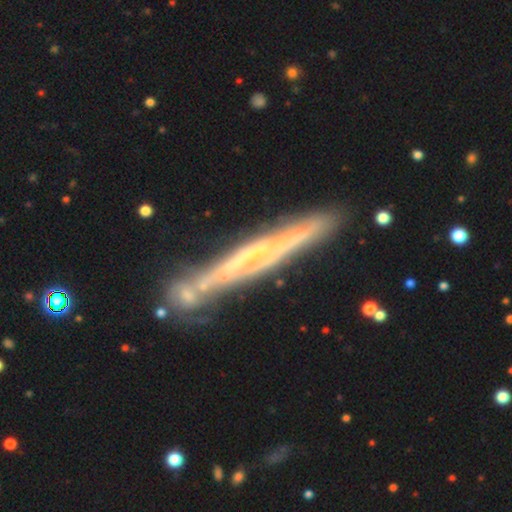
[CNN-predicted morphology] A featured or disk galaxy (72%) viewed edge-on (93%) with no central bulge (72%).

Vote fractions:
- Smooth or featured? featured or disk: 72% / smooth: 20% / star or artifact: 8%
- Edge-on disk? yes: 93% / no: 7%
- Edge-on bulge? none: 72% / rounded: 17% / boxy: 11%
- Merging? none: 75% / minor disturbance: 14% / merger: 8% / major disturbance: 4%